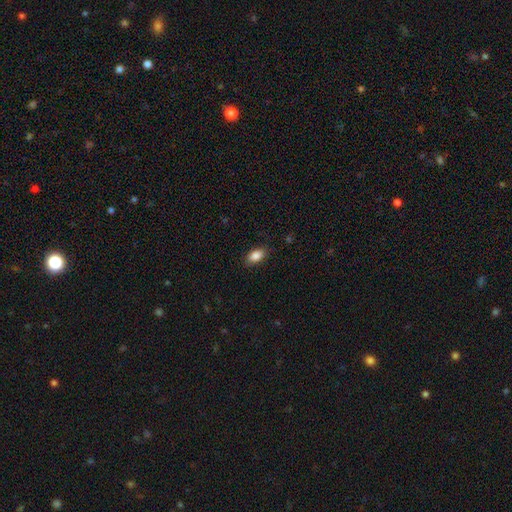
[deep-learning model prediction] A smooth galaxy with no disk features (86%) that is in between round and cigar-shaped (91%). Merging: none (86%).